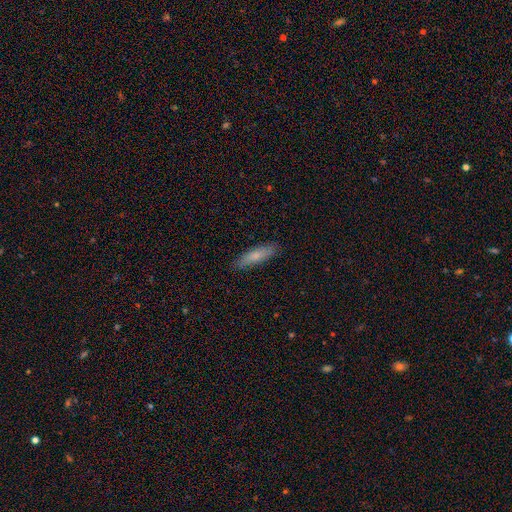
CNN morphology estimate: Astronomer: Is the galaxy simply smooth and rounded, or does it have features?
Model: smooth — 74%.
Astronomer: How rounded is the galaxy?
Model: cigar-shaped — 66%.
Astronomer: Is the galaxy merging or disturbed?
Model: none — 85%.